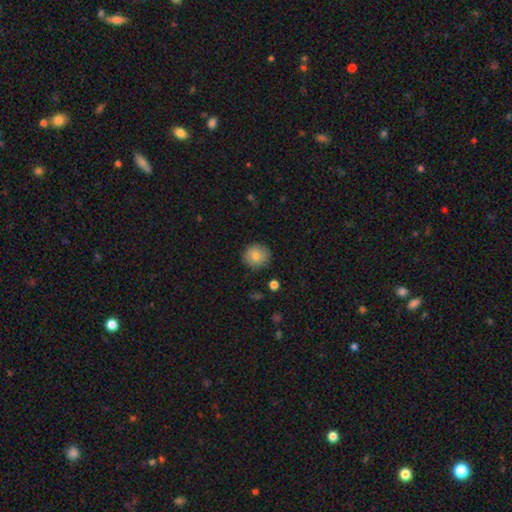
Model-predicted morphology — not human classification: Smooth or featured: smooth — 82% (featured or disk — 10%)
How rounded: round — 89% (in between — 10%)
Merging: none — 87% (minor disturbance — 10%)